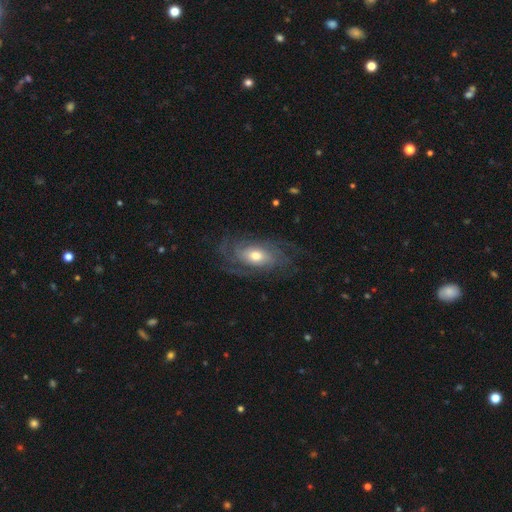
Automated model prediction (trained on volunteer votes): Smooth or featured: featured or disk — 80% (smooth — 14%)
Edge-on disk: no — 93% (yes — 7%)
Bar: no — 73% (weak — 22%)
Spiral arms: yes — 93% (no — 7%)
Spiral winding: tight — 56% (medium — 31%)
Spiral arm count: can't tell — 39% (3 — 18%)
Bulge size: moderate — 64% (small — 19%)
Merging: none — 72% (minor disturbance — 16%)